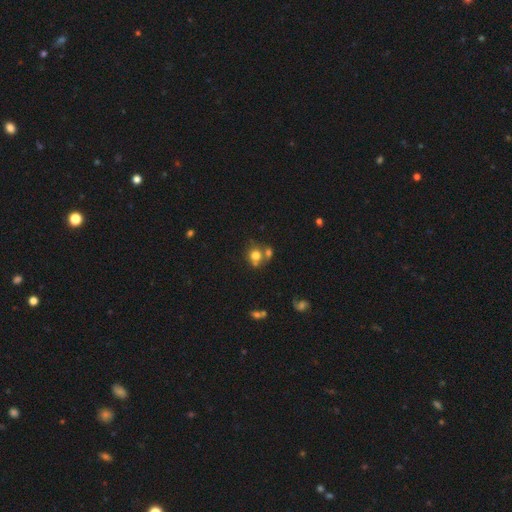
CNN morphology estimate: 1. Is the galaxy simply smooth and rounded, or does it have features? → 74% smooth, 13% featured or disk, 13% star or artifact.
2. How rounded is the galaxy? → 79% round, 20% in between, 1% cigar-shaped.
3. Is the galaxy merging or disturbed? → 48% none, 36% merger, 11% minor disturbance, 5% major disturbance.